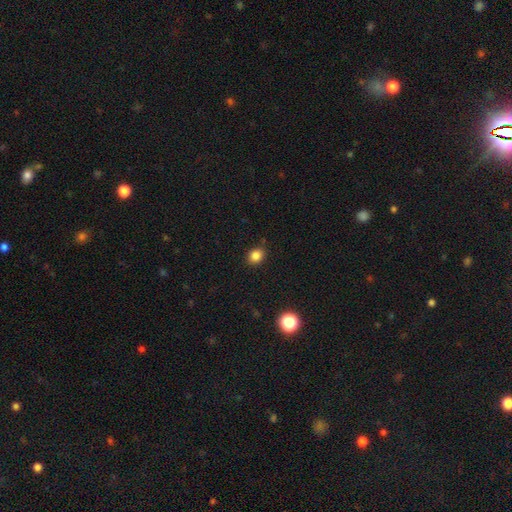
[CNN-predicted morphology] Overall: smooth (84%). How rounded: round (62%; in between 37%). Merging: none (88%).